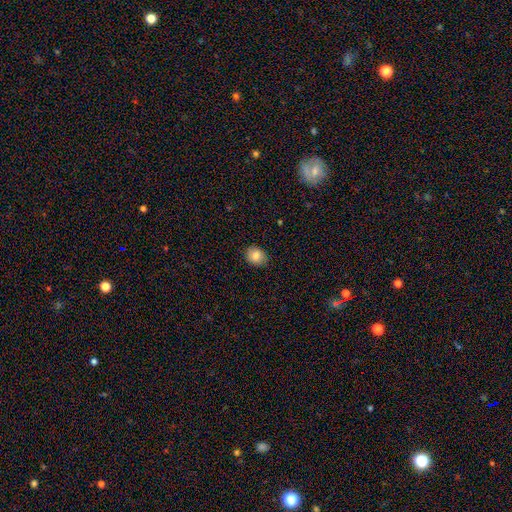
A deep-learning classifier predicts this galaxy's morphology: Smooth or featured: smooth — 82% (featured or disk — 9%)
How rounded: round — 50% (in between — 49%)
Merging: none — 85% (minor disturbance — 12%)